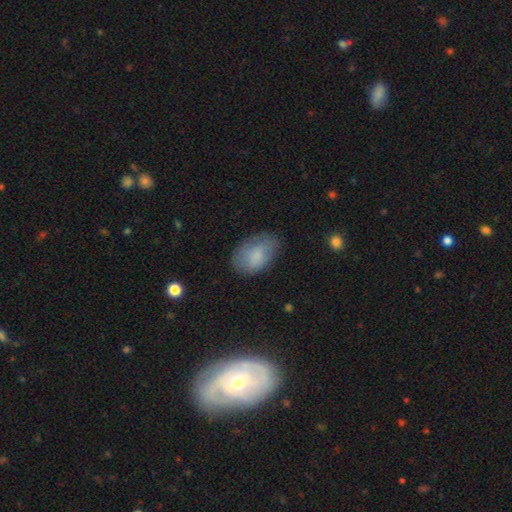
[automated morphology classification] A smooth galaxy with no disk features (81%) that is in between round and cigar-shaped (91%). Merging: none (71%).